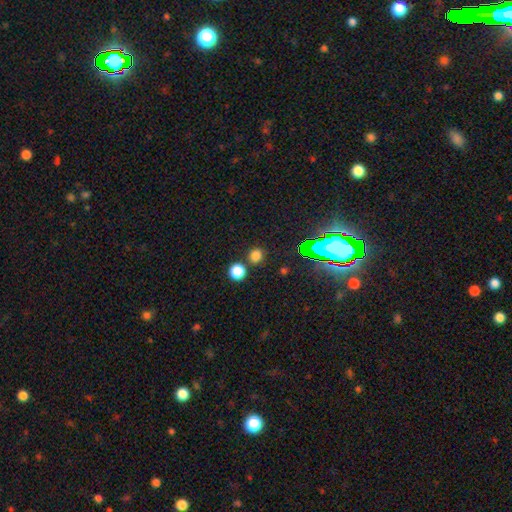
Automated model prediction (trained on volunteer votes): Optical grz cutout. It shows a smooth galaxy with no disk features (74%) that is round (89%). Merging: none (79%).